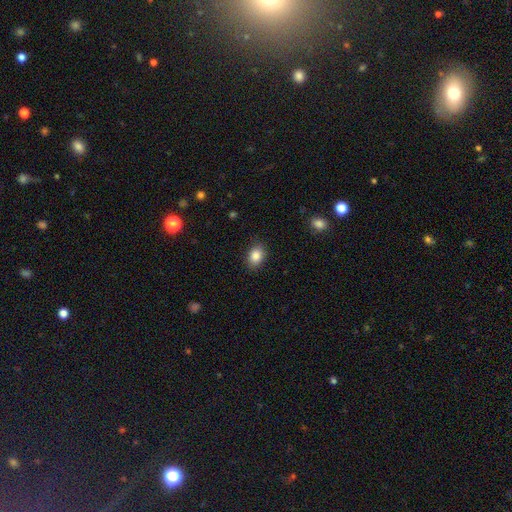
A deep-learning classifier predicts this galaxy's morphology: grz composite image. It shows a smooth galaxy with no disk features (86%) that is in between round and cigar-shaped (73%). Merging: none (87%).